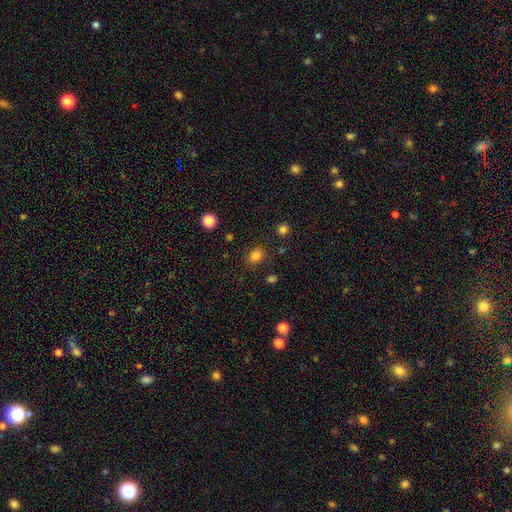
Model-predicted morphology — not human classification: A smooth galaxy with no disk features (82%) that is in between round and cigar-shaped (50%).

Vote fractions:
- Smooth or featured? smooth: 82% / star or artifact: 13% / featured or disk: 5%
- How rounded? in between: 50% / round: 49% / cigar-shaped: 1%
- Merging? none: 81% / minor disturbance: 12% / major disturbance: 4% / merger: 3%